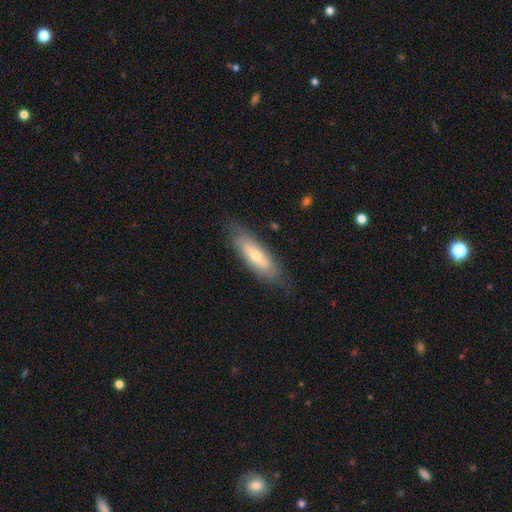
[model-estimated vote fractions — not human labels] Morphology: type=smooth (51%); roundness=cigar-shaped (51%); merging=none (76%).